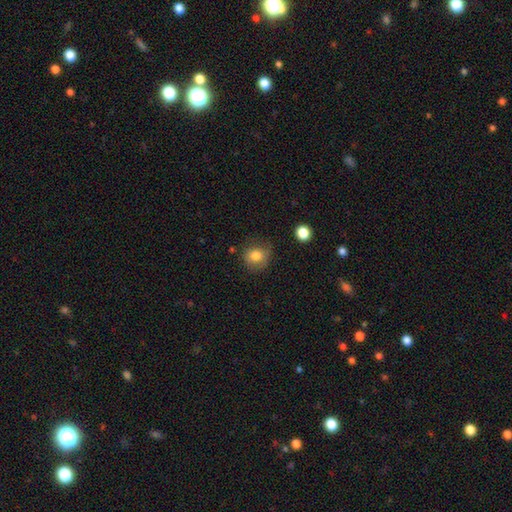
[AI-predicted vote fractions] smooth-or-featured: smooth: 79% | featured or disk: 12% | star or artifact: 10%
  how-rounded: round: 80% | in between: 19% | cigar-shaped: 1%
  merging: none: 65% | minor disturbance: 25% | major disturbance: 9% | merger: 2%